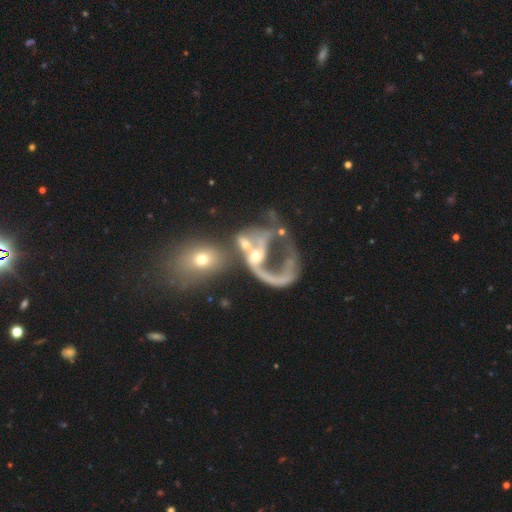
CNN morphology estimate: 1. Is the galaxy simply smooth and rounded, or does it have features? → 73% featured or disk, 16% smooth, 11% star or artifact.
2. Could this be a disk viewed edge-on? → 96% no, 4% yes.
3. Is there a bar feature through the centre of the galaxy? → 62% no, 25% weak, 13% strong.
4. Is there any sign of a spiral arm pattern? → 65% yes, 35% no.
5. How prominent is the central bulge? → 46% moderate, 36% small, 10% none, 6% large, 2% dominant.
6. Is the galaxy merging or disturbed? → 54% merger, 28% major disturbance, 12% none, 6% minor disturbance.